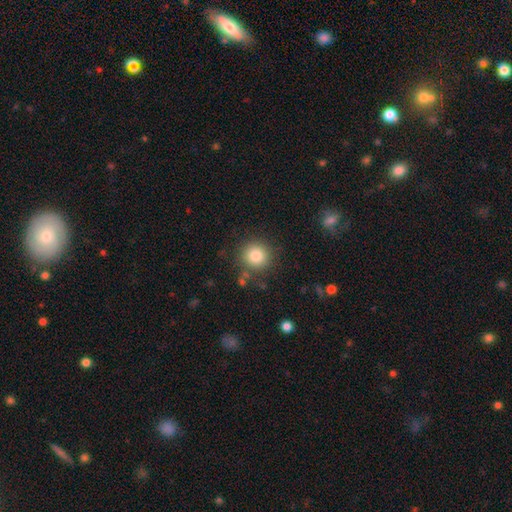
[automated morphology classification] Overall: smooth (83%). How rounded: round (92%). Merging: none (84%).